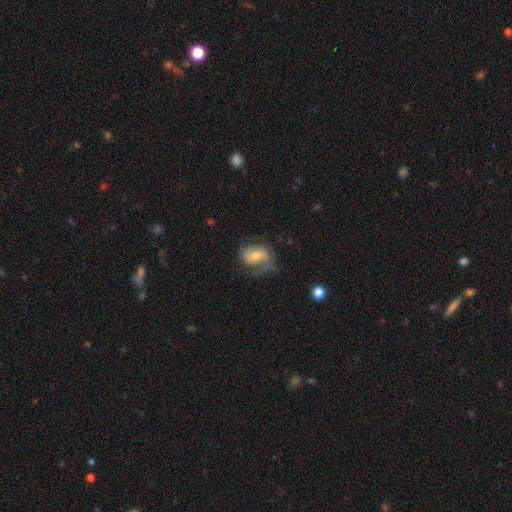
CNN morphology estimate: Smooth or featured? featured or disk (58%)
Edge-on disk? no (96%)
Bar? no (51%)
Spiral arms? yes (85%)
Bulge size? moderate (55%)
Merging? none (46%)